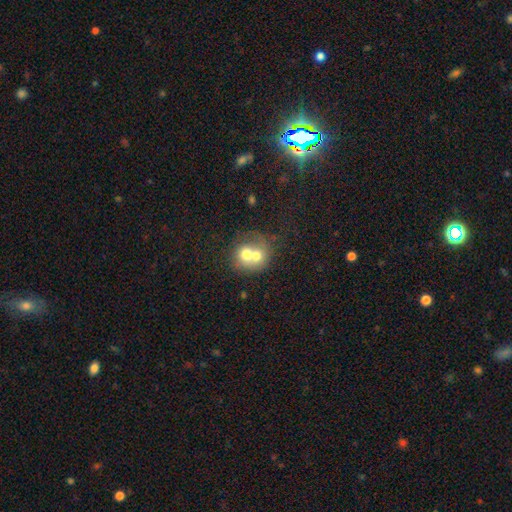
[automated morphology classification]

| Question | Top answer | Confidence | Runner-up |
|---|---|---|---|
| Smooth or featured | smooth | 62% | featured or disk (29%) |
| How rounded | round | 71% | in between (28%) |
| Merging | merger | 72% | none (19%) |